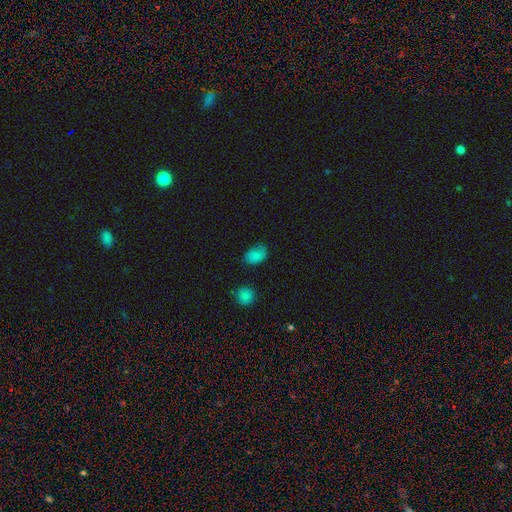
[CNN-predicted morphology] Smooth or featured: smooth — 77% (star or artifact — 14%)
How rounded: in between — 80% (round — 18%)
Merging: none — 62% (minor disturbance — 26%)